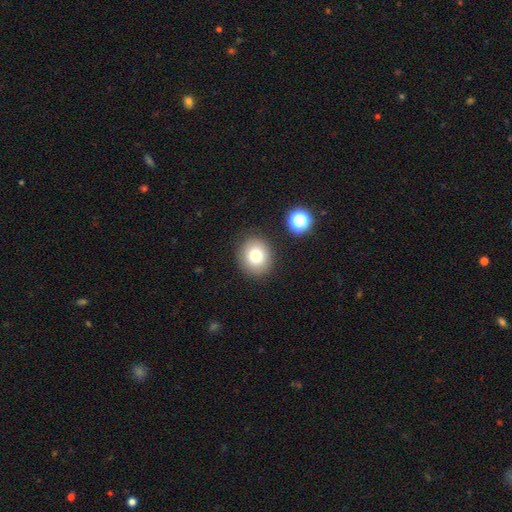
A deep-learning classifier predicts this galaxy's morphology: type=smooth (78%); roundness=round (75%); merging=none (87%).